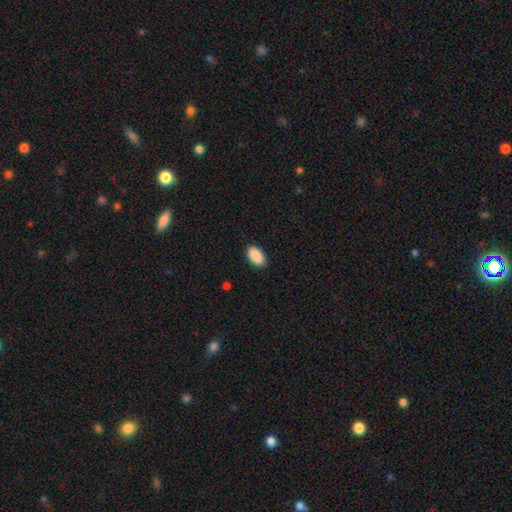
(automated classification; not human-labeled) This is clearly a smooth galaxy (91%). How rounded: clearly in between (95%). Merging: clearly none (89%).